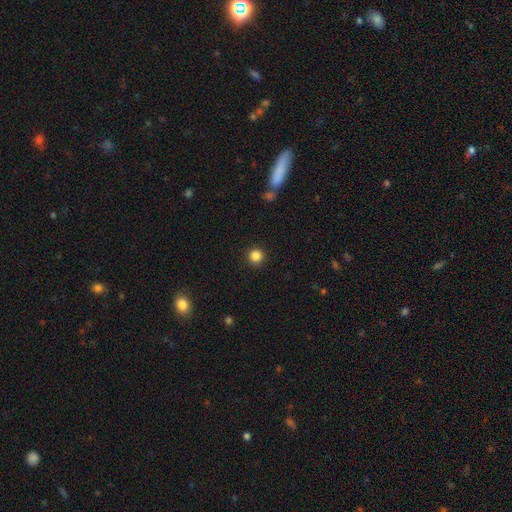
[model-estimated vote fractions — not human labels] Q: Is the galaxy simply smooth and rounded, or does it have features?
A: smooth — 85%.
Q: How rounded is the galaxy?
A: round — 95%.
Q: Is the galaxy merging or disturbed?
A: none — 92%.